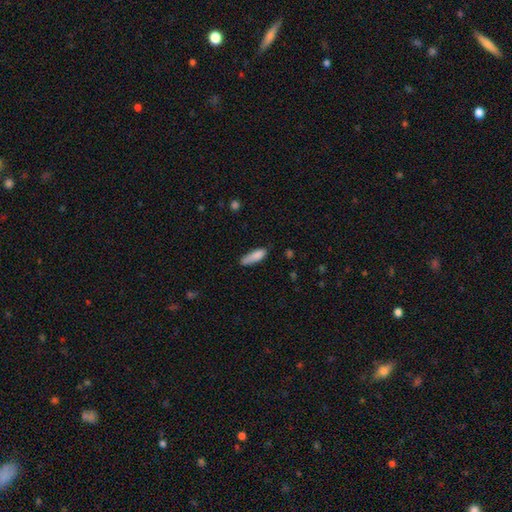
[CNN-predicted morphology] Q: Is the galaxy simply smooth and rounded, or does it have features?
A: smooth — 84%.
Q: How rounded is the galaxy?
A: in between — 50%.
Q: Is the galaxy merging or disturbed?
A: none — 61%.